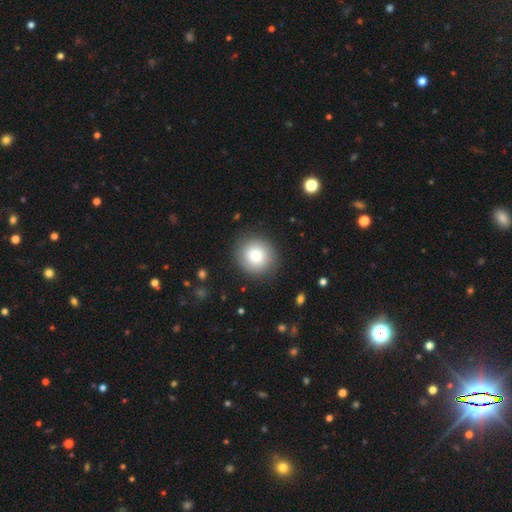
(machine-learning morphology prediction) Overall: smooth (78%). How rounded: round (91%). Merging: none (87%).